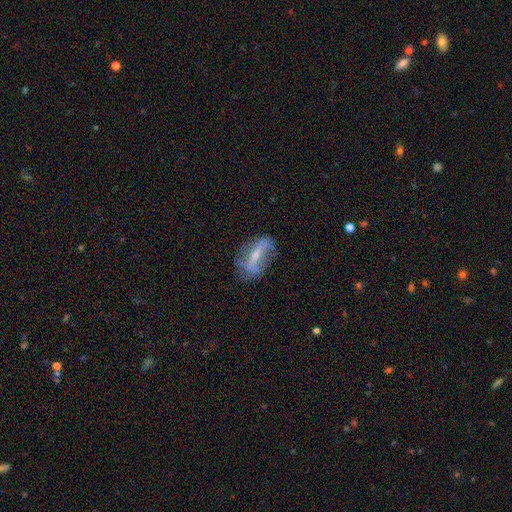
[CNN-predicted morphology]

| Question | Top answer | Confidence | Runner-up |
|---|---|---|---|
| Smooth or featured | featured or disk | 65% | smooth (27%) |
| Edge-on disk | no | 82% | yes (18%) |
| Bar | strong | 51% | weak (30%) |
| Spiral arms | yes | 56% | no (44%) |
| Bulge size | small | 54% | moderate (32%) |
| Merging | none | 57% | minor disturbance (25%) |